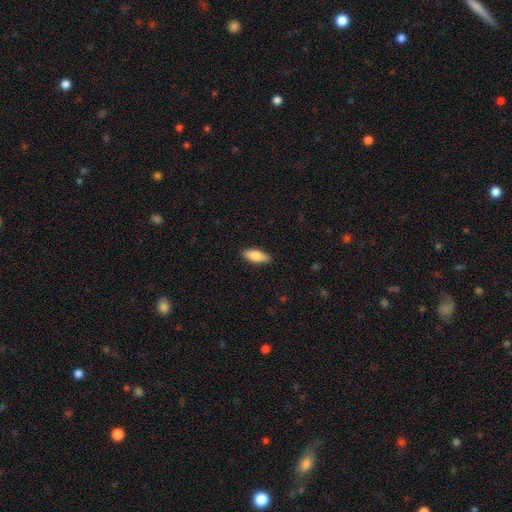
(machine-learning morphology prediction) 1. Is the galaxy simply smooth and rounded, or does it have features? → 85% smooth, 9% featured or disk, 6% star or artifact.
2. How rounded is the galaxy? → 74% in between, 24% cigar-shaped, 2% round.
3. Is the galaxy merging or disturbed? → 90% none, 8% minor disturbance, 2% major disturbance, 1% merger.